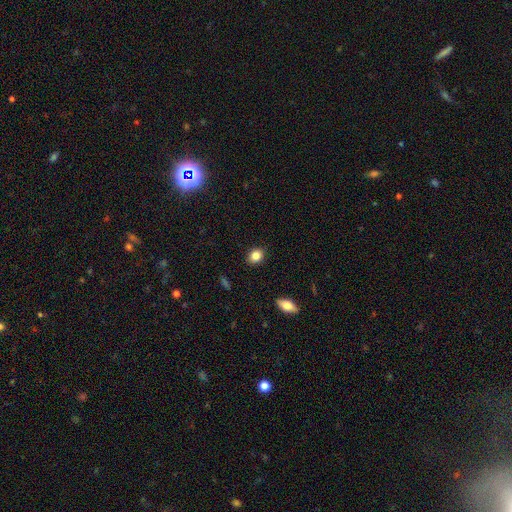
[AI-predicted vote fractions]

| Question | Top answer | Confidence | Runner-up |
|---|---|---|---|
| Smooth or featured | smooth | 84% | star or artifact (9%) |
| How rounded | round | 51% | in between (48%) |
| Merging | none | 89% | minor disturbance (8%) |